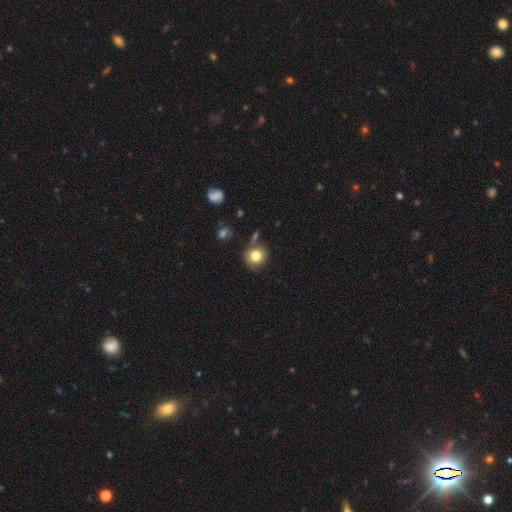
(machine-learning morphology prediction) This is clearly a smooth galaxy (82%). How rounded: clearly round (89%). Merging: likely none (74%).